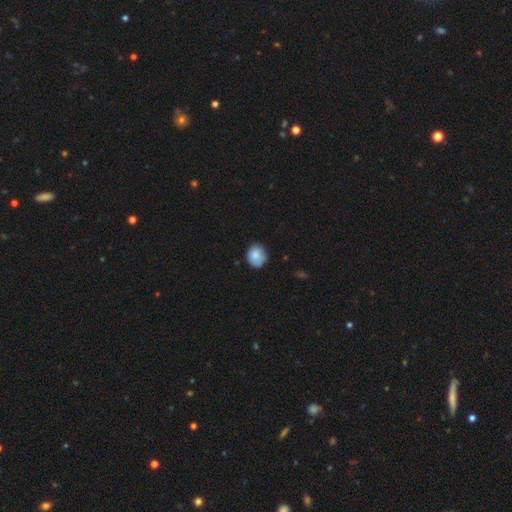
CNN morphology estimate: smooth_or_featured: smooth (p=0.83) [alt: featured or disk p=0.10]
how_rounded: round (p=0.74) [alt: in between p=0.25]
merging: none (p=0.75) [alt: minor disturbance p=0.20]